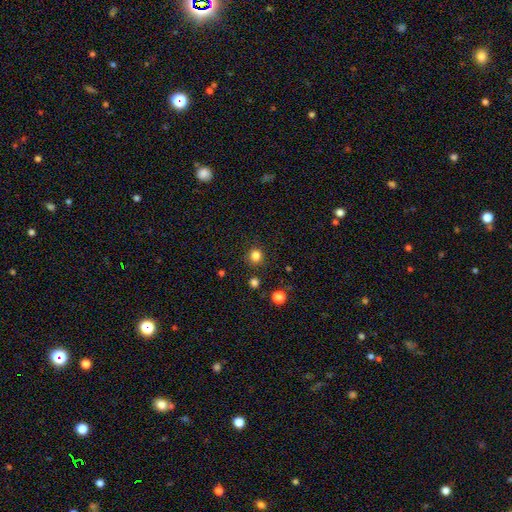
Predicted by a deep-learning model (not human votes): Smooth or featured? Predicted: smooth (p=0.83). How rounded? Predicted: round (p=0.91). Merging? Predicted: none (p=0.88).